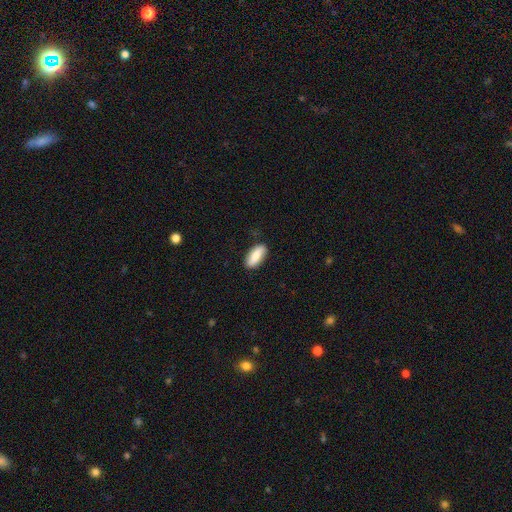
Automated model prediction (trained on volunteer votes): smooth-or-featured: smooth: 81% | featured or disk: 13% | star or artifact: 6%
  how-rounded: in between: 82% | cigar-shaped: 16% | round: 2%
  merging: none: 84% | minor disturbance: 12% | major disturbance: 2% | merger: 1%